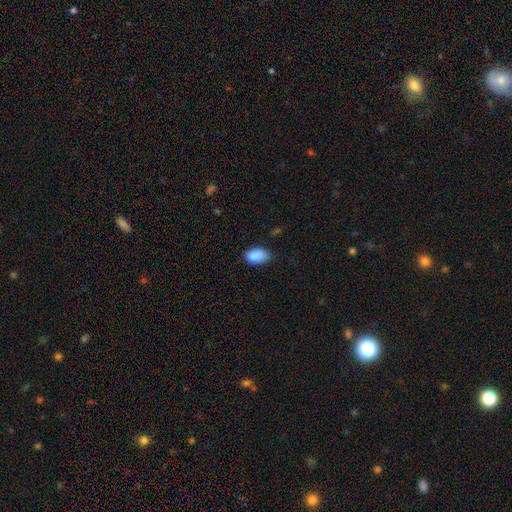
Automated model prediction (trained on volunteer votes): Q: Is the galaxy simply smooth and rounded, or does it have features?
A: smooth — 89%.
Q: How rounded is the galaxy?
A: in between — 91%.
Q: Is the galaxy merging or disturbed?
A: none — 69%.